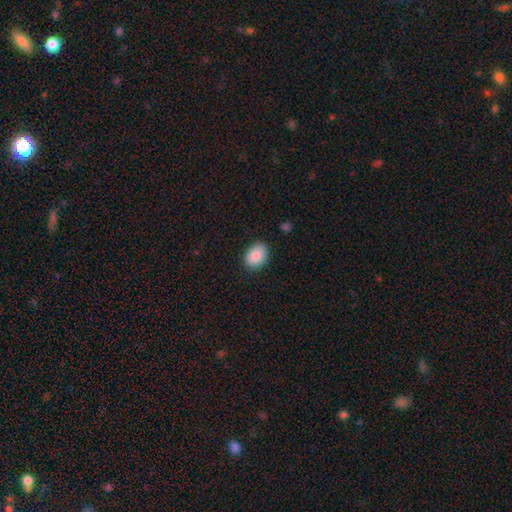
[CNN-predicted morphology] smooth 87%, star or artifact 7%, featured or disk 6%. Down the decision tree: how rounded — in between (78%); merging — none (87%).